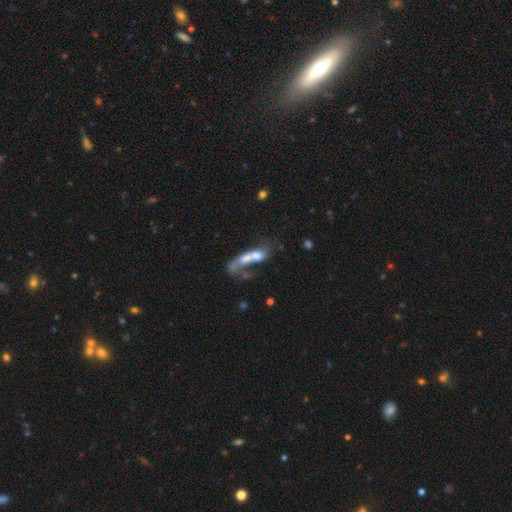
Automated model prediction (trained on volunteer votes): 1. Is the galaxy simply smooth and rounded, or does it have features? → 49% smooth, 40% featured or disk, 11% star or artifact.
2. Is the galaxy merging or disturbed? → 61% merger, 19% major disturbance, 13% none, 7% minor disturbance.